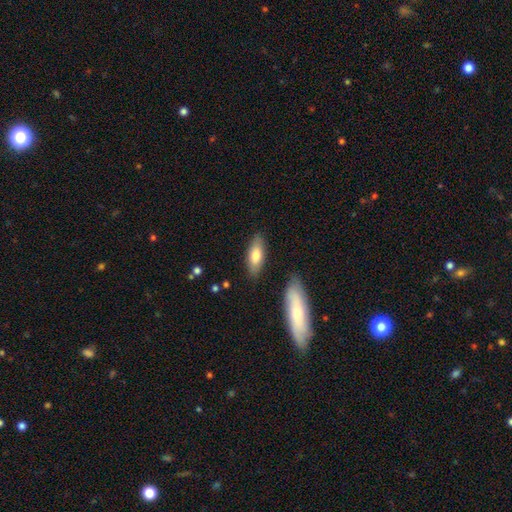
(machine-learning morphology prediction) smooth-or-featured: smooth: 76% | featured or disk: 19% | star or artifact: 6%
  how-rounded: in between: 73% | cigar-shaped: 25% | round: 2%
  merging: none: 82% | minor disturbance: 12% | merger: 3% | major disturbance: 3%